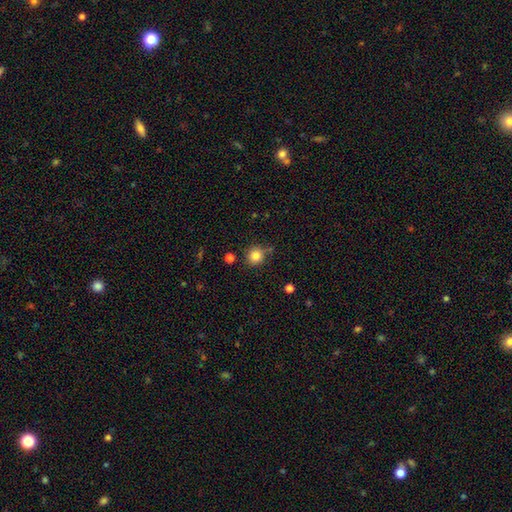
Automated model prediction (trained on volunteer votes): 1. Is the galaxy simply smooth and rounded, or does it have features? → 83% smooth, 11% star or artifact, 6% featured or disk.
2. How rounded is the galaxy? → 90% round, 9% in between, 1% cigar-shaped.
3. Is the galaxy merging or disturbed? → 79% none, 12% minor disturbance, 6% merger, 3% major disturbance.